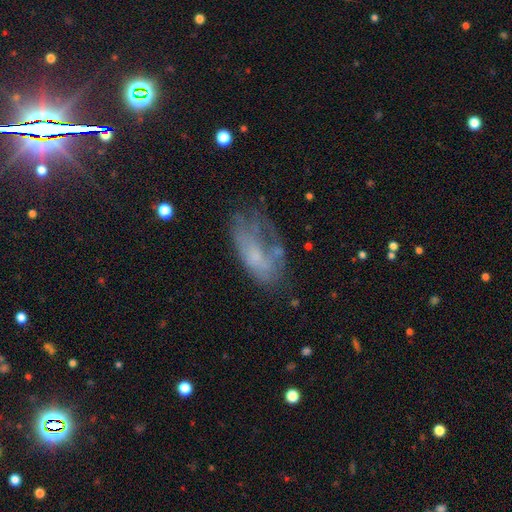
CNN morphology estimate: type=smooth (45%); merging=none (35%).